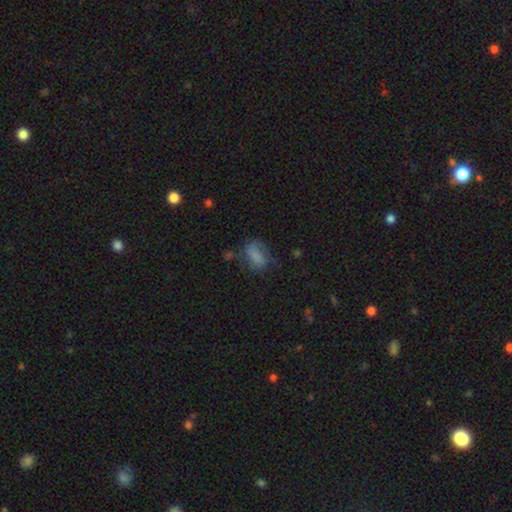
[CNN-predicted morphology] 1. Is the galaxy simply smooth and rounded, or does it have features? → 63% smooth, 26% featured or disk, 11% star or artifact.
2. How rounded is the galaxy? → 78% in between, 18% round, 3% cigar-shaped.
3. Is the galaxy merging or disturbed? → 47% none, 27% minor disturbance, 21% major disturbance, 4% merger.